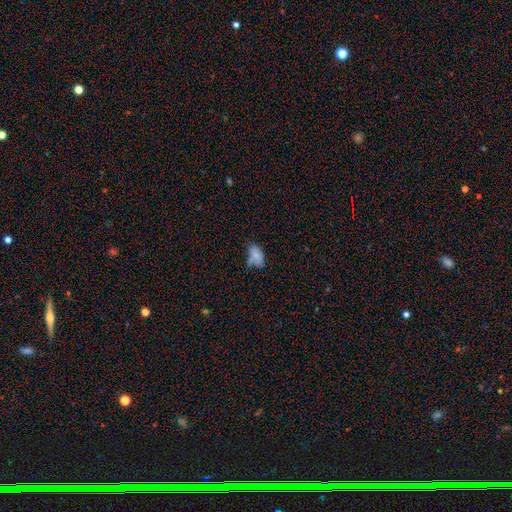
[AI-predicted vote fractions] Smooth or featured: smooth — 73% (star or artifact — 15%)
How rounded: in between — 91% (round — 5%)
Merging: none — 50% (minor disturbance — 27%)